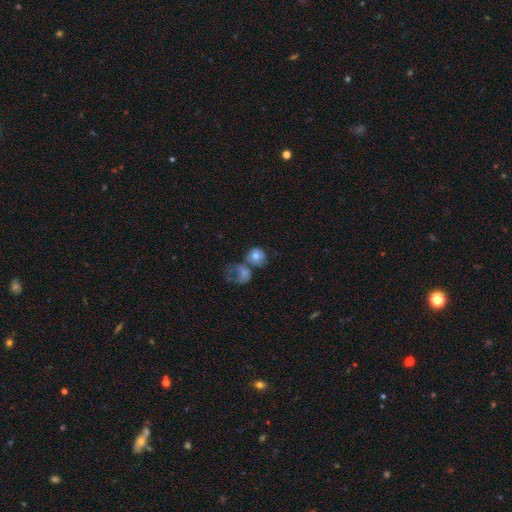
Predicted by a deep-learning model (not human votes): Smooth or featured: smooth — 68% (featured or disk — 23%)
How rounded: round — 73% (in between — 26%)
Merging: merger — 50% (none — 27%)